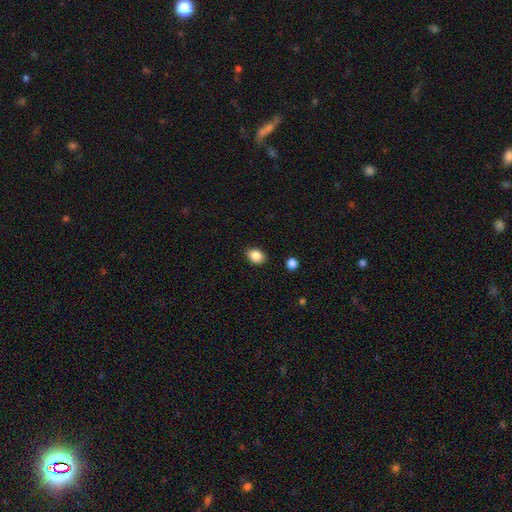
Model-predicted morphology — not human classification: type=smooth (86%); roundness=in between (68%); merging=none (88%).